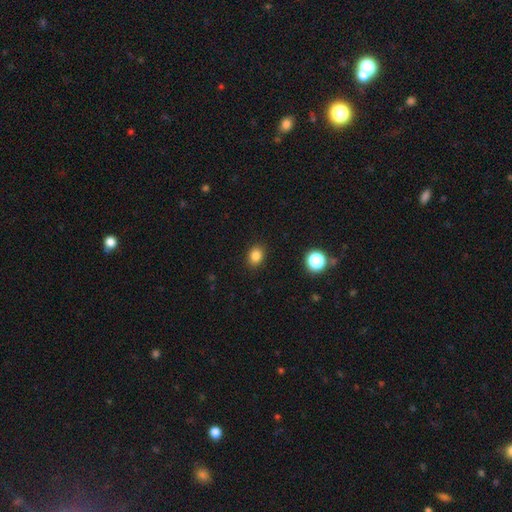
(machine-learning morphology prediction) Smooth or featured: smooth — 83% (star or artifact — 12%)
How rounded: in between — 52% (round — 47%)
Merging: none — 89% (minor disturbance — 7%)